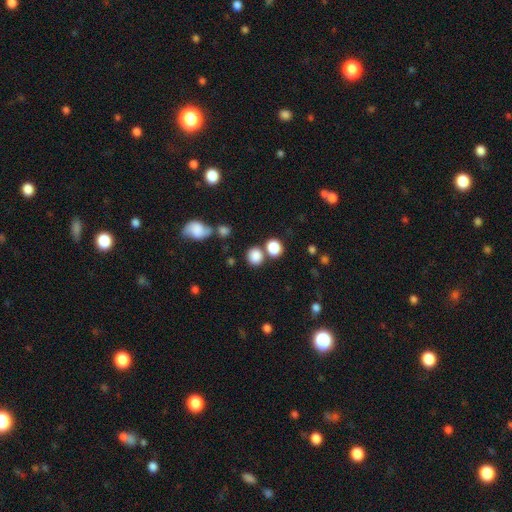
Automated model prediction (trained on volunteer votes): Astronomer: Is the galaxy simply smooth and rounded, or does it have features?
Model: smooth — 84%.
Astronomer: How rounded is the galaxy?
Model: round — 82%.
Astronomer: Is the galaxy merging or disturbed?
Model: none — 69%.